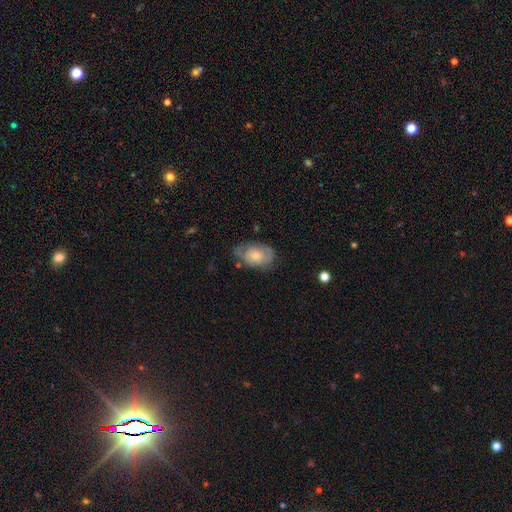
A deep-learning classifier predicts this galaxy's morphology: A smooth galaxy with no disk features (49%). Merging: none (56%).